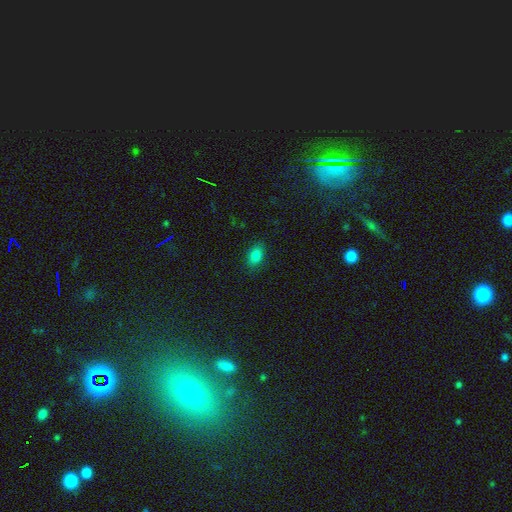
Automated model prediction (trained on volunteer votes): This is clearly a smooth galaxy (84%). How rounded: clearly in between (86%). Merging: clearly none (87%).